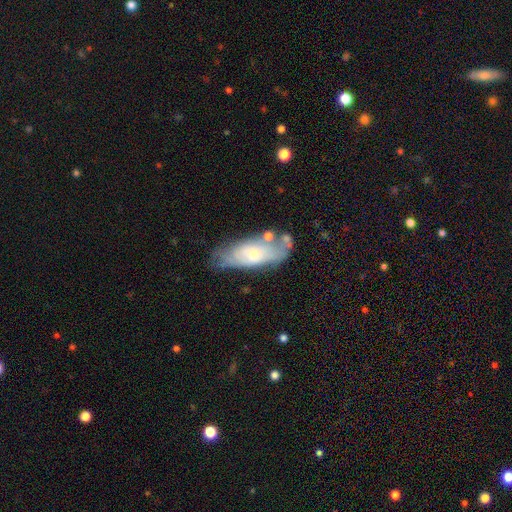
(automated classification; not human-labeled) Smooth or featured? featured or disk (55%)
Edge-on disk? no (77%)
Merging? none (60%)